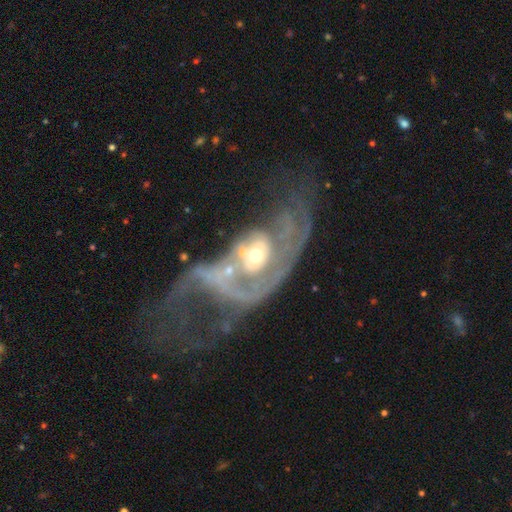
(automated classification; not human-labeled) Smooth or featured?
  - featured or disk: 81% *
  - smooth: 11%
  - star or artifact: 7%
Edge-on disk?
  - no: 96% *
  - yes: 4%
Bar?
  - no: 76% *
  - weak: 17%
  - strong: 7%
Spiral arms?
  - yes: 71% *
  - no: 29%
Spiral winding?
  - loose: 39% *
  - medium: 35%
  - tight: 26%
Spiral arm count?
  - 2: 41% *
  - can't tell: 28%
  - 1: 15%
  - 3: 8%
  - 4: 4%
  - more than 4: 4%
Bulge size?
  - moderate: 56% *
  - small: 34%
  - large: 6%
  - none: 2%
  - dominant: 2%
Merging?
  - major disturbance: 43% *
  - merger: 32%
  - none: 15%
  - minor disturbance: 11%